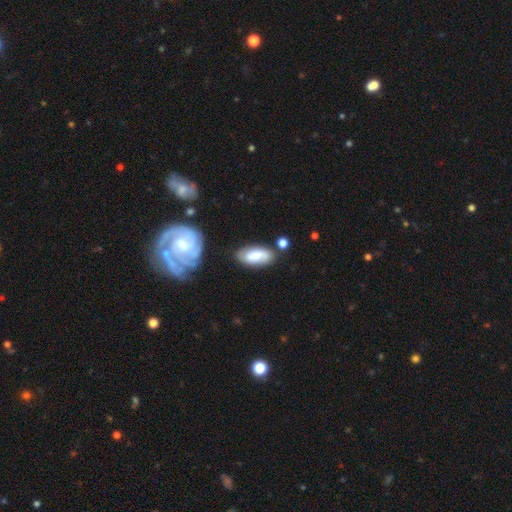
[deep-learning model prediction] smooth-or-featured: smooth: 65% | featured or disk: 28% | star or artifact: 7%
  how-rounded: in between: 87% | cigar-shaped: 11% | round: 3%
  merging: none: 72% | minor disturbance: 16% | merger: 7% | major disturbance: 4%